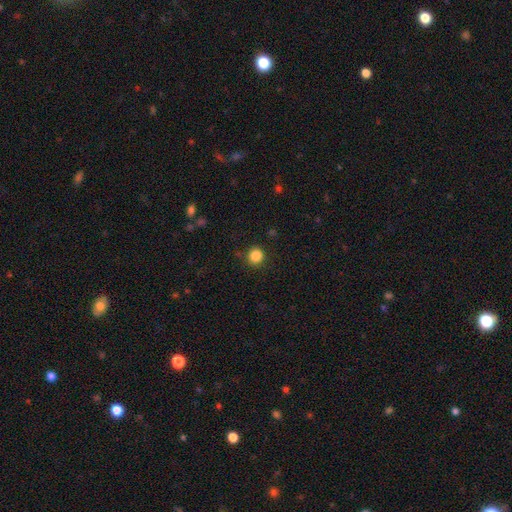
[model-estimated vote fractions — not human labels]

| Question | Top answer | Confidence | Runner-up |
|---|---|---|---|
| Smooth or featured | smooth | 85% | star or artifact (11%) |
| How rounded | round | 92% | in between (7%) |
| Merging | none | 89% | minor disturbance (7%) |